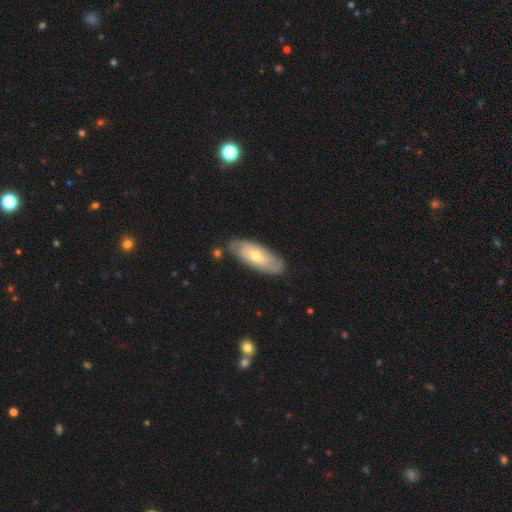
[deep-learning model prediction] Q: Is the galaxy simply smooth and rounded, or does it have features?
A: featured or disk — 56%.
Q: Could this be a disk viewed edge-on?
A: no — 83%.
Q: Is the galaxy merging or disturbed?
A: none — 81%.